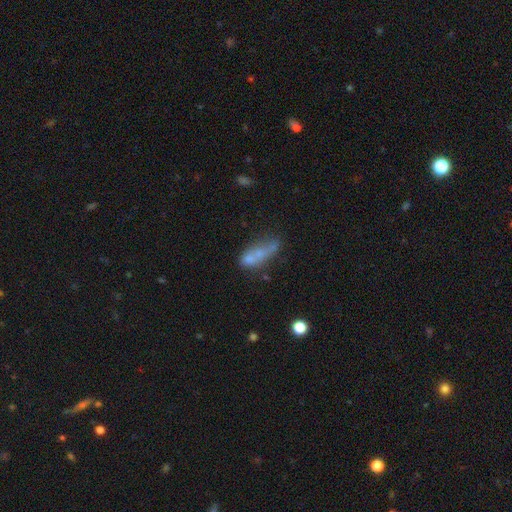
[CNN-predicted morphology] This is possibly a smooth galaxy (56%). How rounded: possibly in between (50%). Merging: marginally none (37%).